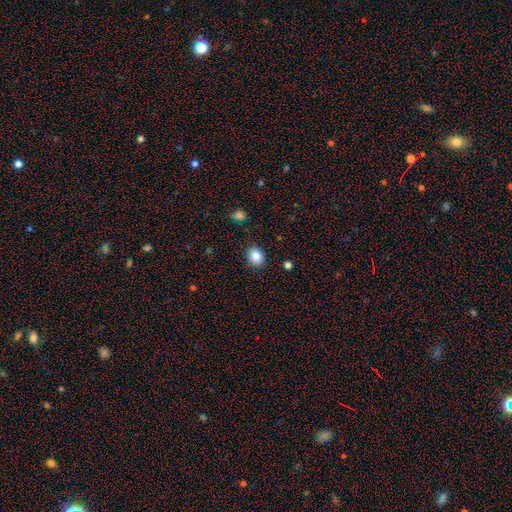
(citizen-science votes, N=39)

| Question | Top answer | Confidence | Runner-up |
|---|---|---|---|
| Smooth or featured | smooth | 87% | featured or disk (8%) |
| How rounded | in between | 53% | round (47%) |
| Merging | none | 95% | major disturbance (3%) |